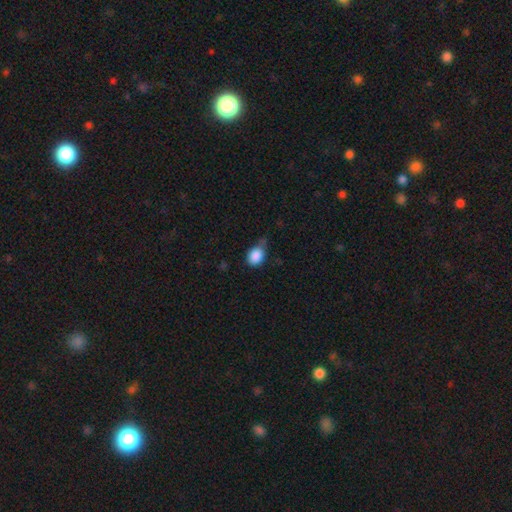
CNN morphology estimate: This is clearly a smooth galaxy (87%). How rounded: possibly in between (57%). Merging: marginally minor disturbance (42%, tied with none).